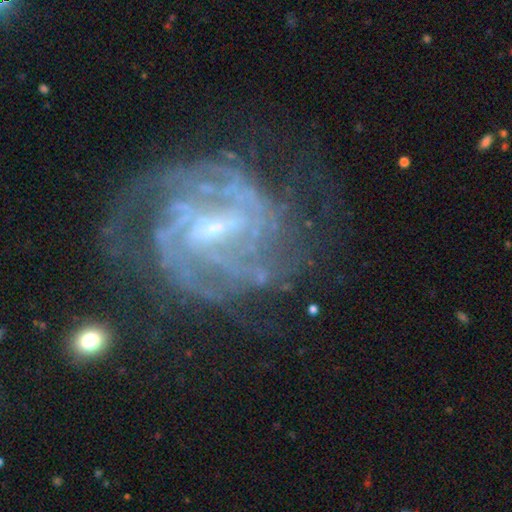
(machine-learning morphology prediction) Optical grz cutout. It shows a featured or disk galaxy (83%) with a weak bar (46%), tight (50%) spiral arms (92%) and a small central bulge (71%). Merging: none (60%).